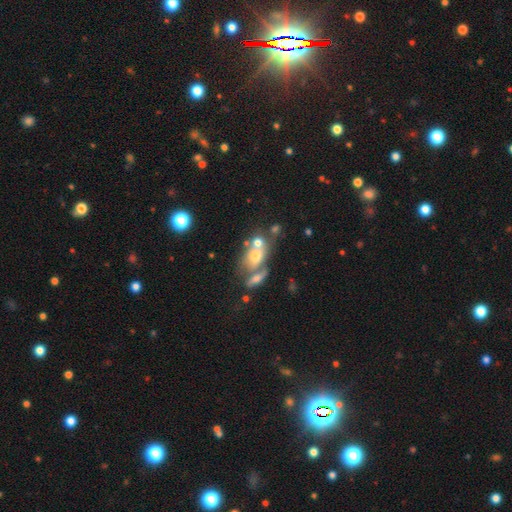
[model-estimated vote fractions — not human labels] A smooth galaxy with no disk features (57%) that is in between round and cigar-shaped (63%).

Vote fractions:
- Smooth or featured? smooth: 57% / featured or disk: 30% / star or artifact: 13%
- How rounded? in between: 63% / round: 33% / cigar-shaped: 5%
- Merging? merger: 50% / none: 31% / minor disturbance: 11% / major disturbance: 8%